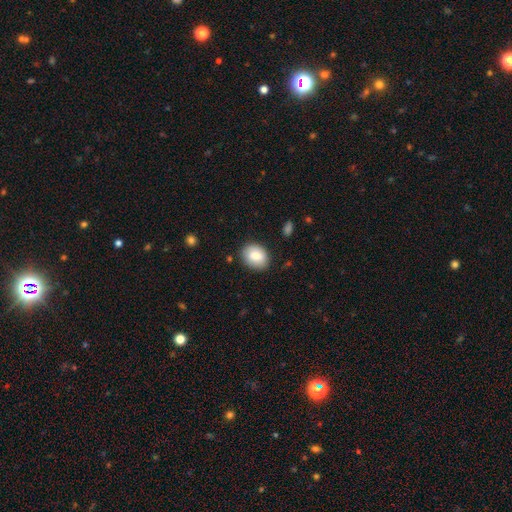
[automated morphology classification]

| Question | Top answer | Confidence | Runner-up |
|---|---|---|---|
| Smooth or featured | smooth | 80% | featured or disk (13%) |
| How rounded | in between | 58% | round (41%) |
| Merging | none | 83% | minor disturbance (13%) |